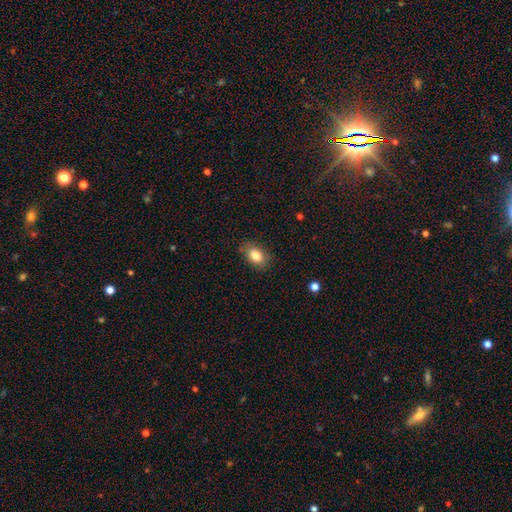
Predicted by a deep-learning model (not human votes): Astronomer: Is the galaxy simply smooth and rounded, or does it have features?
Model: smooth — 83%.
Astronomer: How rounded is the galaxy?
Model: in between — 84%.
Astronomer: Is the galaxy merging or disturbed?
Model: none — 81%.